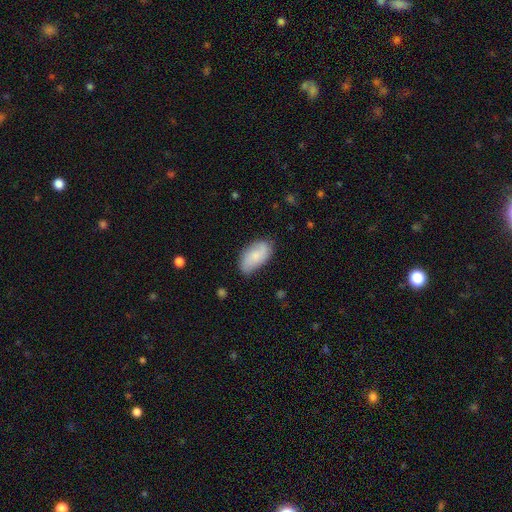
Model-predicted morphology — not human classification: smooth 71%, featured or disk 22%, star or artifact 7%. Down the decision tree: how rounded — in between (94%); merging — none (72%).